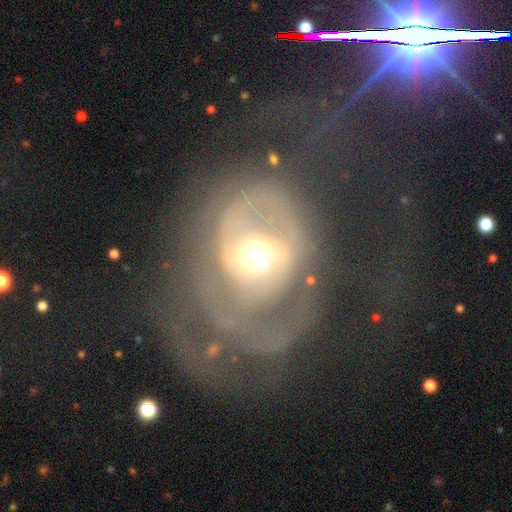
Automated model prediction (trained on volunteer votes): Q: Smooth or featured?
A: featured or disk (77%); runner-up: smooth (15%)
Q: Edge-on disk?
A: no (97%); runner-up: yes (3%)
Q: Bar?
A: no (48%); runner-up: weak (35%)
Q: Spiral arms?
A: yes (74%); runner-up: no (26%)
Q: Spiral winding?
A: medium (40%); runner-up: tight (34%)
Q: Spiral arm count?
A: 2 (52%); runner-up: can't tell (21%)
Q: Bulge size?
A: moderate (59%); runner-up: small (23%)
Q: Merging?
A: major disturbance (41%); runner-up: none (37%)